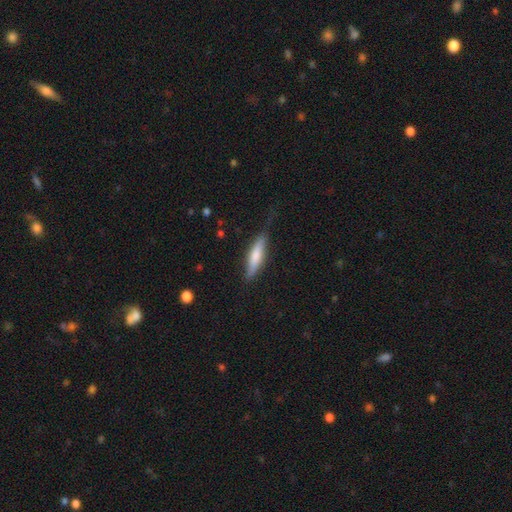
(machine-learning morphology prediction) A smooth galaxy with no disk features (64%) that is cigar-shaped (76%). Merging: none (67%).